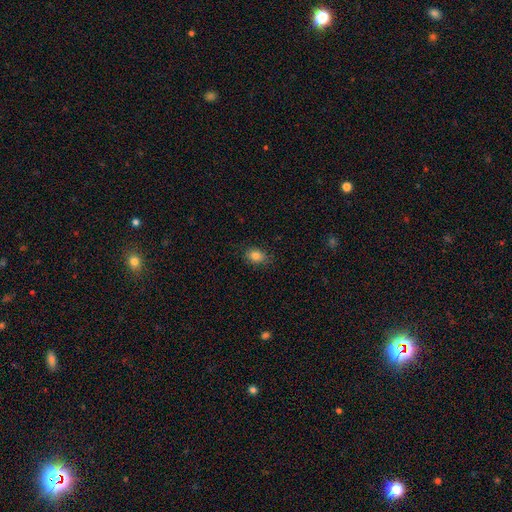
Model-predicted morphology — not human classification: Overall: smooth (83%). How rounded: in between (62%; round 37%). Merging: none (82%).